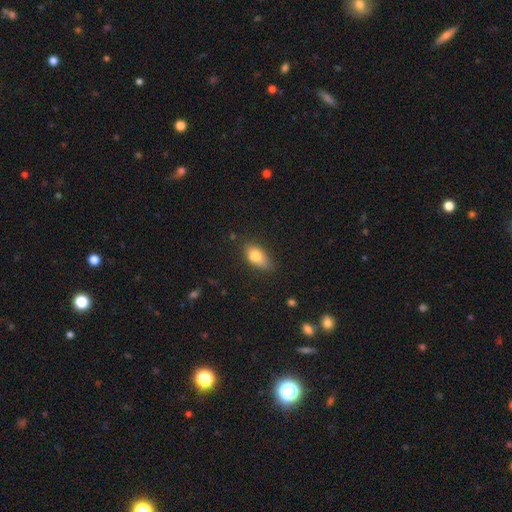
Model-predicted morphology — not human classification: A smooth galaxy with no disk features (78%) that is in between round and cigar-shaped (85%). Merging: none (63%).